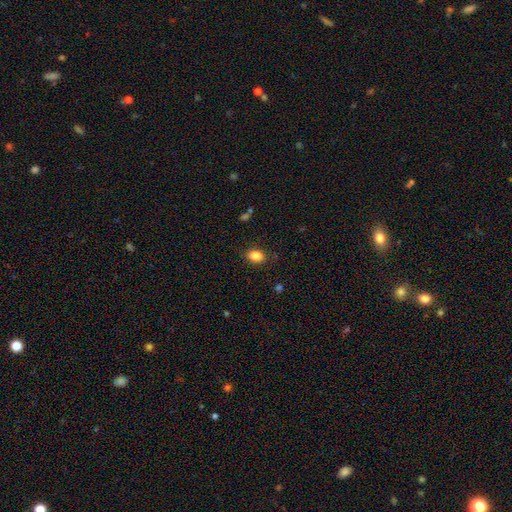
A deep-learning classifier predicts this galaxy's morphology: Smooth or featured?
  - smooth: 87% *
  - star or artifact: 9%
  - featured or disk: 5%
How rounded?
  - in between: 79% *
  - round: 20%
  - cigar-shaped: 1%
Merging?
  - none: 83% *
  - minor disturbance: 12%
  - major disturbance: 3%
  - merger: 1%